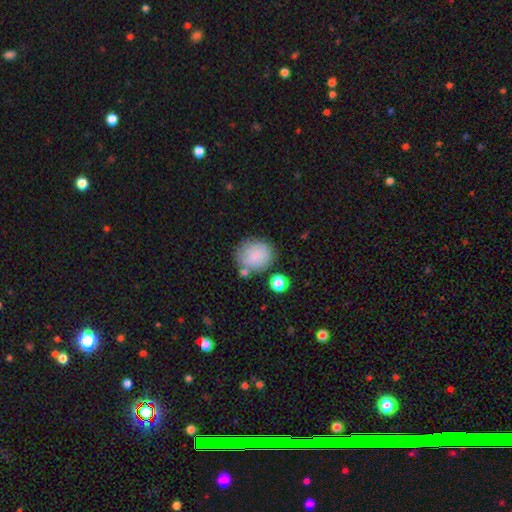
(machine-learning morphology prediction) Smooth or featured: smooth — 78% (featured or disk — 14%)
How rounded: round — 79% (in between — 20%)
Merging: none — 65% (minor disturbance — 18%)